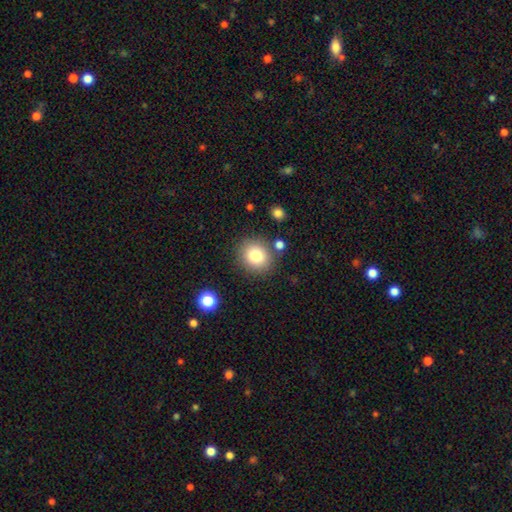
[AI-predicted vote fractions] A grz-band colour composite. It shows a smooth galaxy with no disk features (80%) that is round (82%). Merging: none (83%).